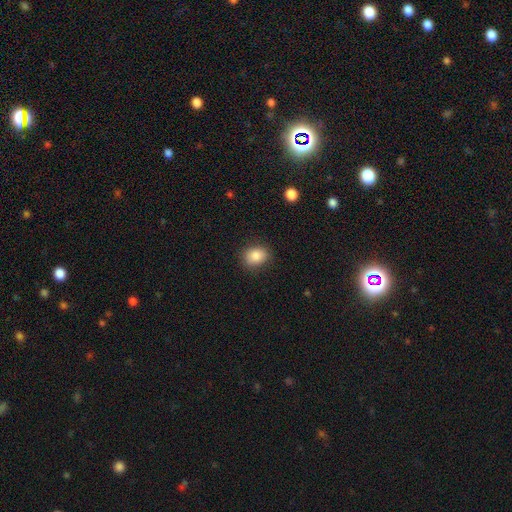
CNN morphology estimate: smooth 85%, star or artifact 9%, featured or disk 6%. Down the decision tree: how rounded — round (50%); merging — none (84%).